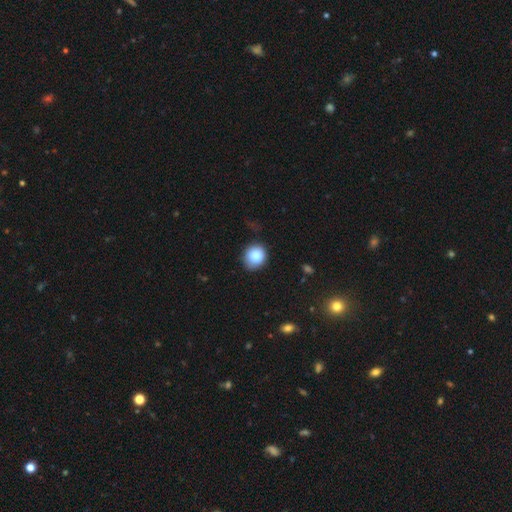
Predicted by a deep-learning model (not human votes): Smooth or featured: smooth — 86% (star or artifact — 9%)
How rounded: round — 80% (in between — 19%)
Merging: none — 75% (minor disturbance — 19%)